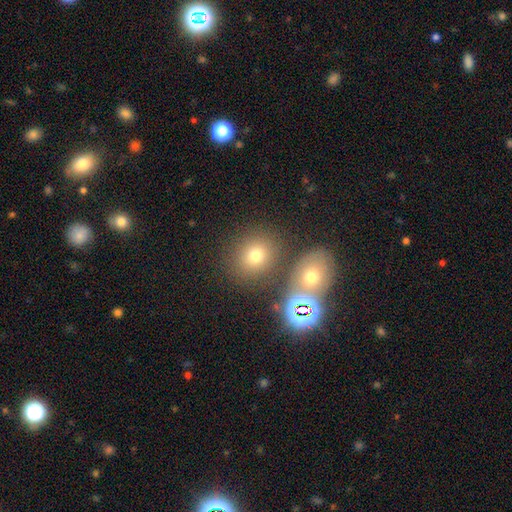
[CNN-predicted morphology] Smooth or featured?
  - smooth: 71% *
  - star or artifact: 17%
  - featured or disk: 11%
How rounded?
  - round: 74% *
  - in between: 25%
  - cigar-shaped: 1%
Merging?
  - none: 73% *
  - merger: 13%
  - minor disturbance: 9%
  - major disturbance: 4%